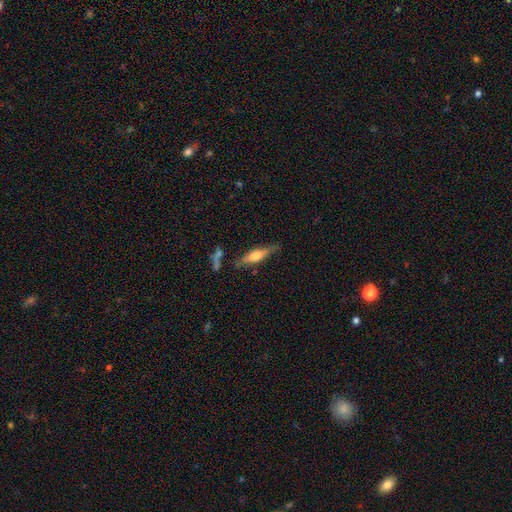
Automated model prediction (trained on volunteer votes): Overall: featured or disk (47%; smooth 46%). Merging: none (71%).